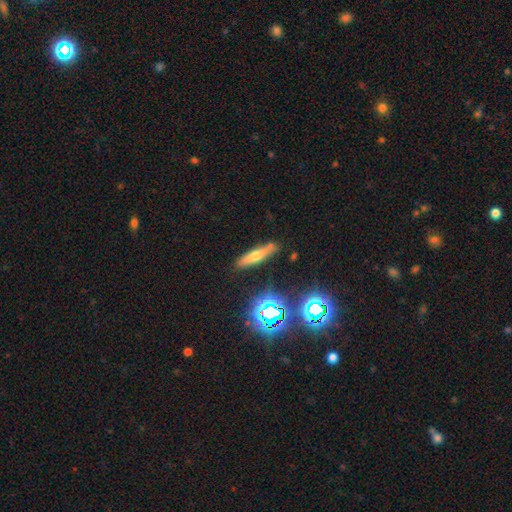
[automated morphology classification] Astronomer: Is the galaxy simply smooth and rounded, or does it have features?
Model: smooth — 49% (runner-up: featured or disk, 33%).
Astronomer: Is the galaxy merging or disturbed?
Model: none — 84%.